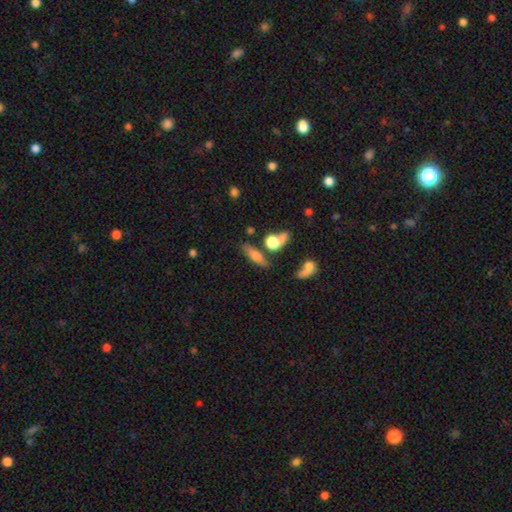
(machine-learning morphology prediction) A smooth galaxy with no disk features (60%) that is cigar-shaped (52%). Merging: none (69%).